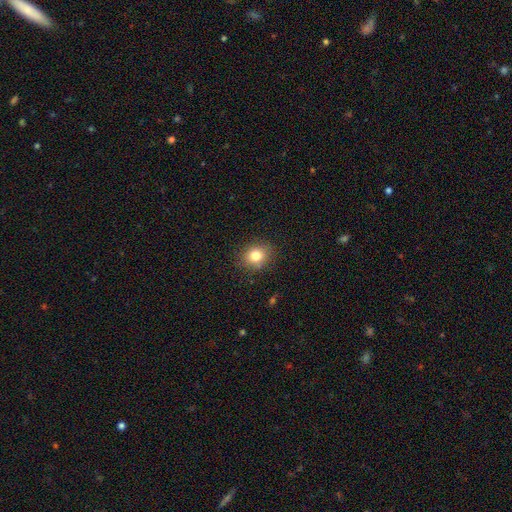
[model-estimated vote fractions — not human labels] Smooth or featured?
  - smooth: 80% *
  - star or artifact: 11%
  - featured or disk: 8%
How rounded?
  - round: 63% *
  - in between: 36%
  - cigar-shaped: 1%
Merging?
  - none: 86% *
  - minor disturbance: 10%
  - major disturbance: 3%
  - merger: 1%